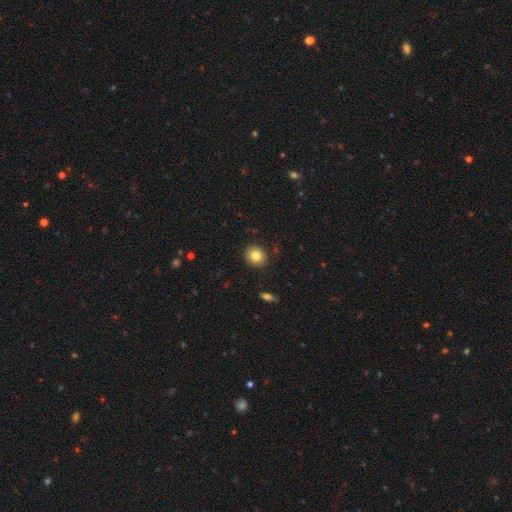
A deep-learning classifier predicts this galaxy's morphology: Q: Smooth or featured?
A: smooth (82%); runner-up: star or artifact (9%)
Q: How rounded?
A: round (74%); runner-up: in between (25%)
Q: Merging?
A: none (90%); runner-up: minor disturbance (7%)